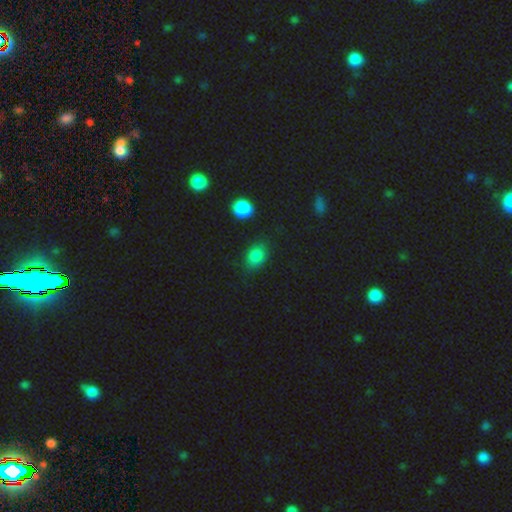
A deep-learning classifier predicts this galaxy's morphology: smooth-or-featured: smooth: 84% | star or artifact: 11% | featured or disk: 5%
  how-rounded: in between: 67% | round: 31% | cigar-shaped: 2%
  merging: none: 78% | minor disturbance: 16% | major disturbance: 4% | merger: 3%